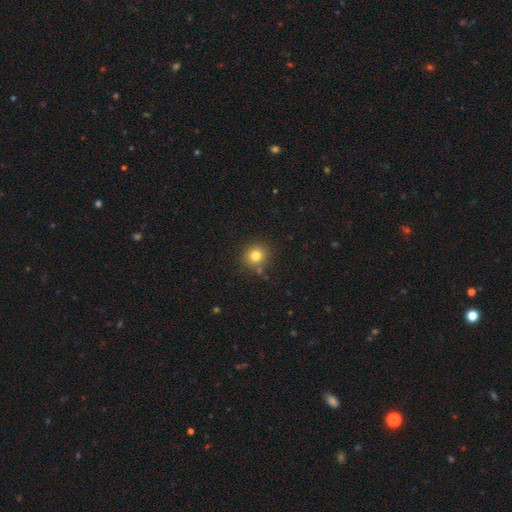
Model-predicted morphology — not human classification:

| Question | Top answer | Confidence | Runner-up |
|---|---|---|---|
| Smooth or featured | smooth | 80% | star or artifact (13%) |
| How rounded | round | 91% | in between (8%) |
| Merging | none | 83% | minor disturbance (9%) |